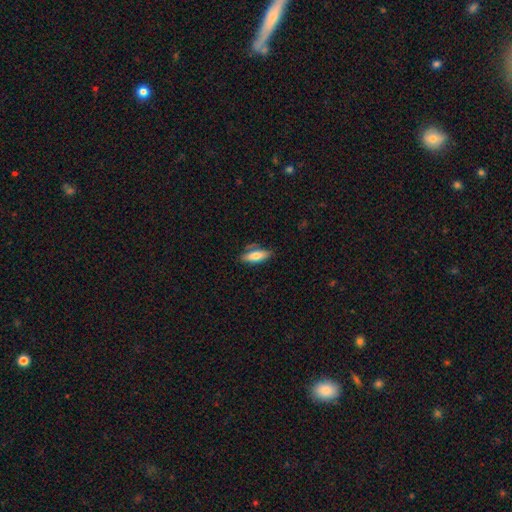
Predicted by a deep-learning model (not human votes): Smooth or featured? smooth (76%)
How rounded? in between (67%)
Merging? none (70%)